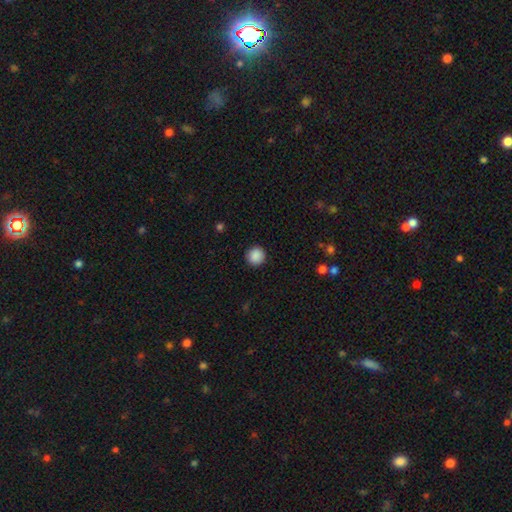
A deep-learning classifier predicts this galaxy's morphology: The model was most divided on "smooth or featured": smooth: 89%, star or artifact: 9%, featured or disk: 3%. More confident: how rounded — round (94%); merging — none (92%).